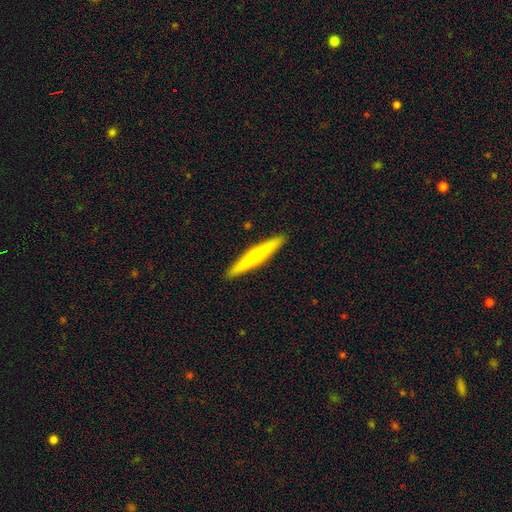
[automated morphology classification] This is possibly a featured or disk galaxy (51%). It is clearly viewed edge-on (96%). Merging: clearly none (92%).